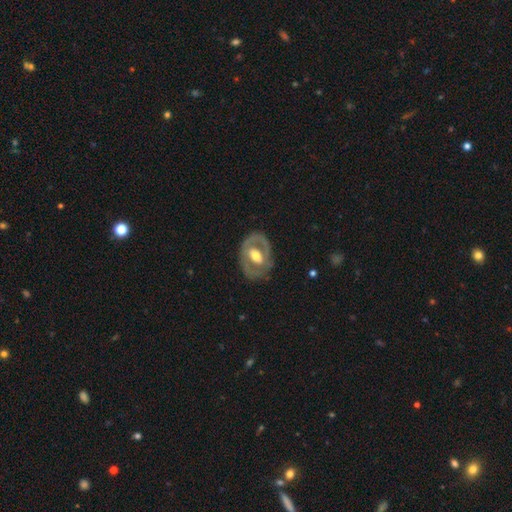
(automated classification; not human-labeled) Smooth or featured? featured or disk (72%)
Edge-on disk? no (94%)
Bar? no (44%)
Spiral arms? no (53%)
Bulge size? moderate (62%)
Merging? none (76%)